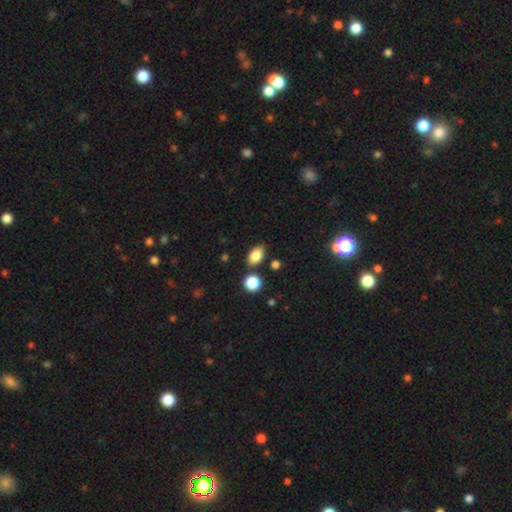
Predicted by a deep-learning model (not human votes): This appears to be a smooth galaxy with no disk features (85%) that is in between round and cigar-shaped (85%). Merging: none (78%).